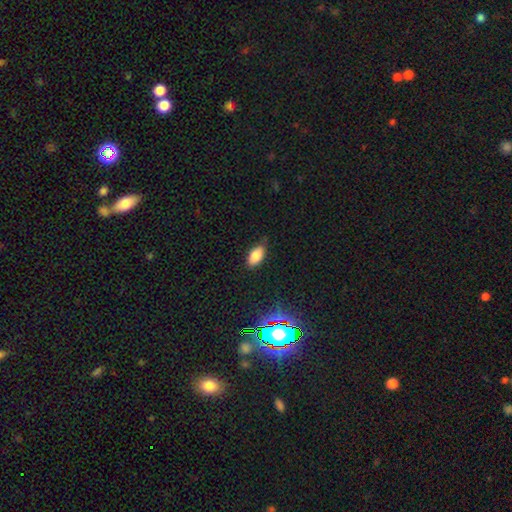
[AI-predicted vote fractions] Morphology: type=smooth (80%); roundness=in between (91%); merging=none (79%).